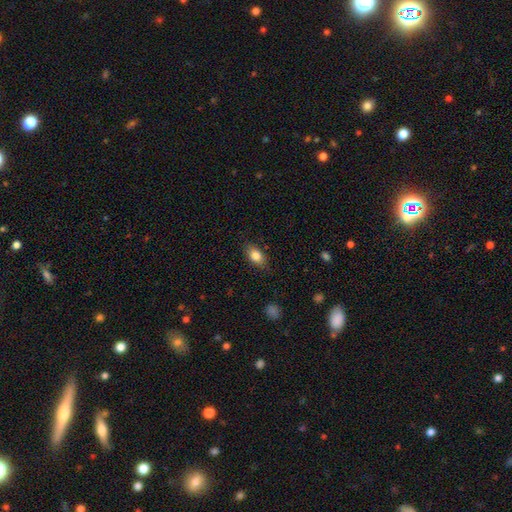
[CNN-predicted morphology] smooth-or-featured: smooth: 83% | featured or disk: 10% | star or artifact: 8%
  how-rounded: in between: 86% | round: 11% | cigar-shaped: 4%
  merging: none: 82% | minor disturbance: 14% | major disturbance: 3% | merger: 1%